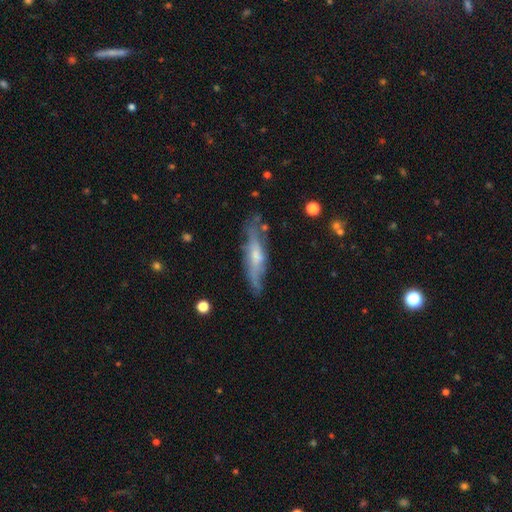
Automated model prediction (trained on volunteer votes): Morphology: type=featured or disk (58%); edge-on=yes (65%); merging=none (67%).